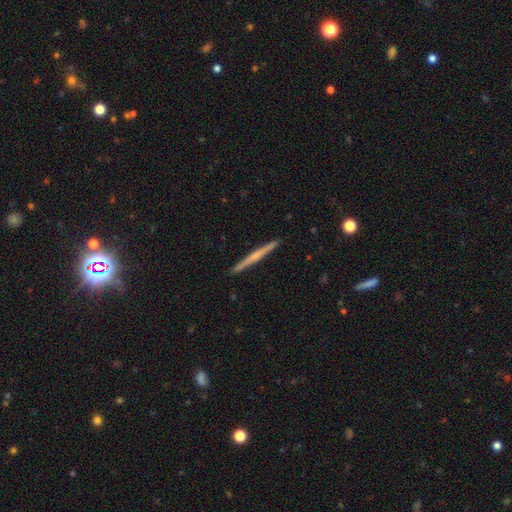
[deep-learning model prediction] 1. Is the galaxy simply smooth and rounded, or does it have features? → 59% featured or disk, 36% smooth, 5% star or artifact.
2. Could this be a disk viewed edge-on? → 98% yes, 2% no.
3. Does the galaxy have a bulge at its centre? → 56% none, 36% rounded, 8% boxy.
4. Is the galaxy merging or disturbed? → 93% none, 5% minor disturbance, 1% major disturbance, 1% merger.